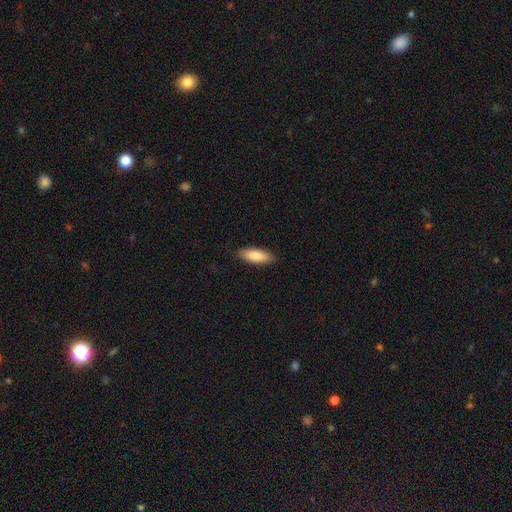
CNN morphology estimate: Smooth or featured: smooth — 84% (featured or disk — 11%)
How rounded: in between — 67% (cigar-shaped — 31%)
Merging: none — 87% (minor disturbance — 10%)